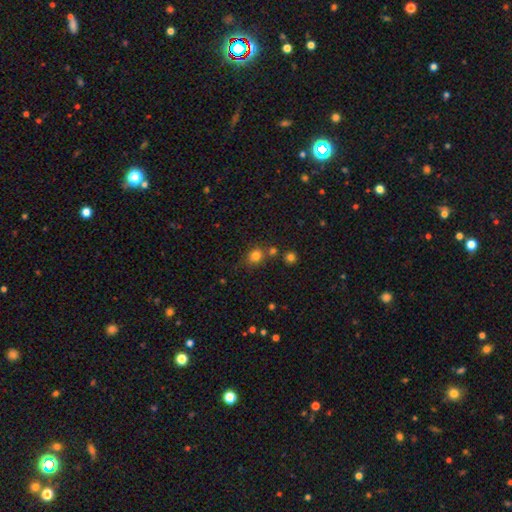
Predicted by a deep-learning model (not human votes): smooth 79%, star or artifact 14%, featured or disk 7%. Down the decision tree: how rounded — round (70%); merging — none (70%).